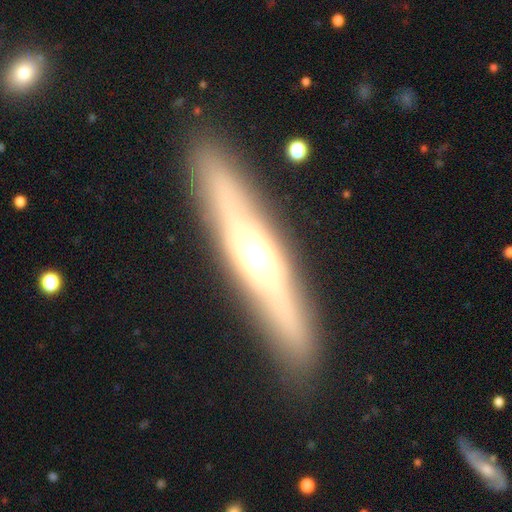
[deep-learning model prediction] smooth_or_featured: featured or disk (p=0.62) [alt: smooth p=0.30]
disk_edge_on: yes (p=0.87) [alt: no p=0.13]
edge_on_bulge: rounded (p=0.87) [alt: boxy p=0.07]
merging: none (p=0.89) [alt: minor disturbance p=0.08]